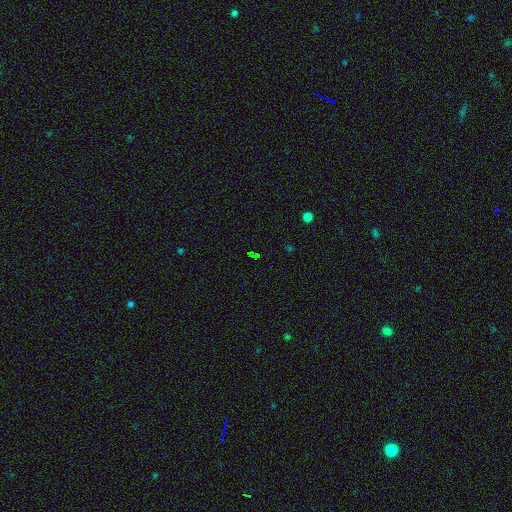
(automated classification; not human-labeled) star or artifact 72%, smooth 19%, featured or disk 9%.